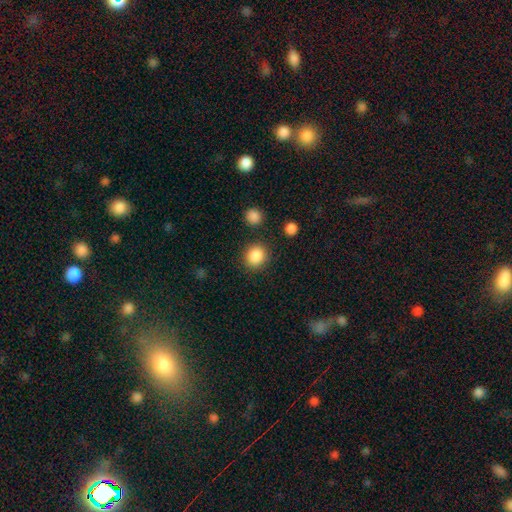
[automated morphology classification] type=smooth (87%); roundness=round (77%); merging=none (85%).